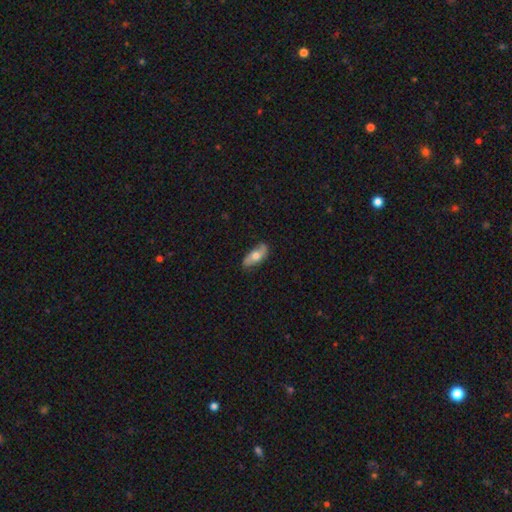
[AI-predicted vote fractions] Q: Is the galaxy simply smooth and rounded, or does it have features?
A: smooth — 58%.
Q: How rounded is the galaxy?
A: in between — 79%.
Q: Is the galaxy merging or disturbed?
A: none — 78%.